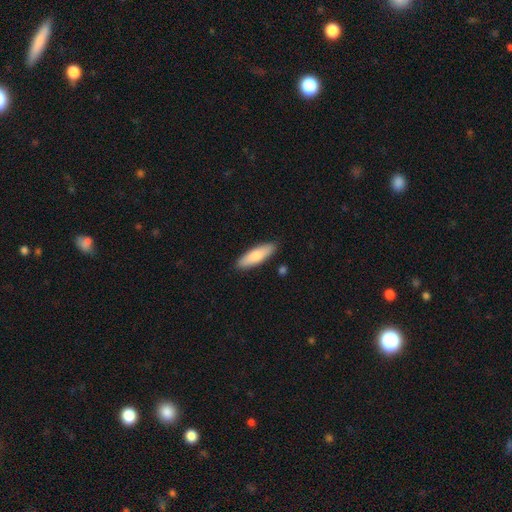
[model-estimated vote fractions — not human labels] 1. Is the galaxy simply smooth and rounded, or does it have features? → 78% smooth, 17% featured or disk, 5% star or artifact.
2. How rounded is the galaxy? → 53% cigar-shaped, 45% in between, 2% round.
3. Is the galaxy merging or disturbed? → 88% none, 8% minor disturbance, 2% major disturbance, 2% merger.